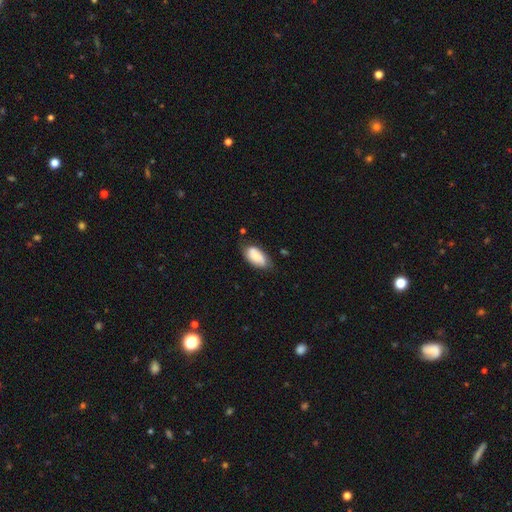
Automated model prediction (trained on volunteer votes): Smooth or featured? smooth (76%)
How rounded? in between (93%)
Merging? none (65%)